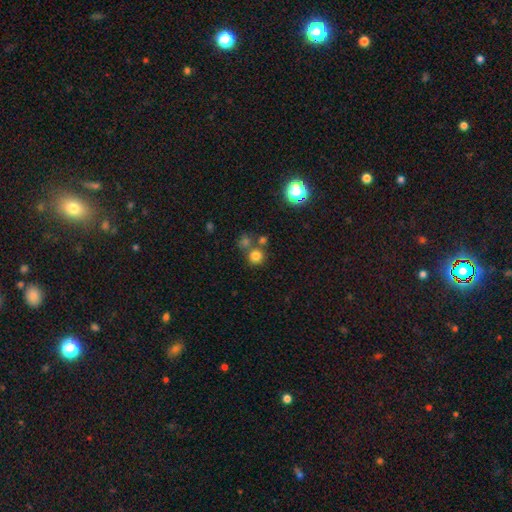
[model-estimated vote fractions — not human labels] Overall: smooth (75%). How rounded: round (91%). Merging: none (67%).